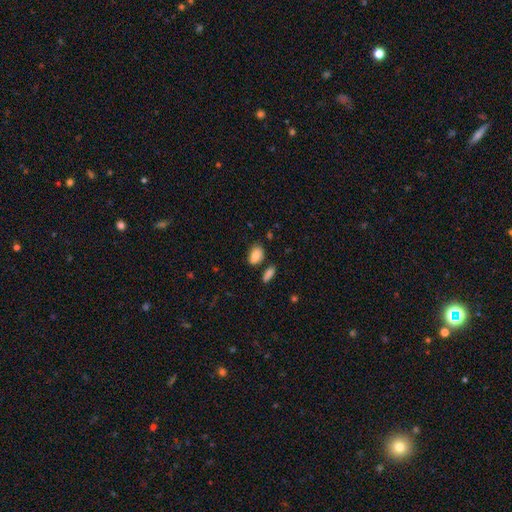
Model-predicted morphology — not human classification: The model was most divided on "merging": none: 73%, minor disturbance: 15%, merger: 8%, major disturbance: 3%. More confident: how rounded — in between (88%); smooth or featured — smooth (82%).